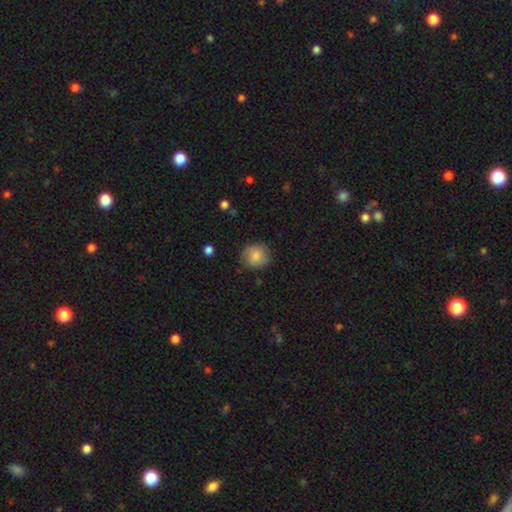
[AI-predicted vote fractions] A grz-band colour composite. It shows a smooth galaxy with no disk features (83%) that is round (87%). Merging: none (80%).